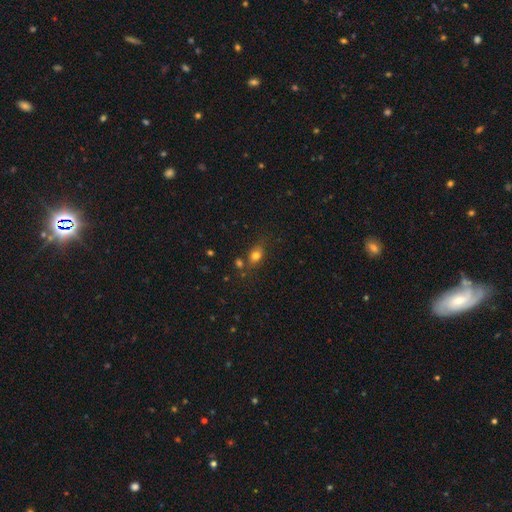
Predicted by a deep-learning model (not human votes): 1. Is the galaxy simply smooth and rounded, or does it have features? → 75% smooth, 13% star or artifact, 11% featured or disk.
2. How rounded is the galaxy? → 61% in between, 35% round, 4% cigar-shaped.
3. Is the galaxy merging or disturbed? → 67% none, 17% minor disturbance, 11% merger, 5% major disturbance.